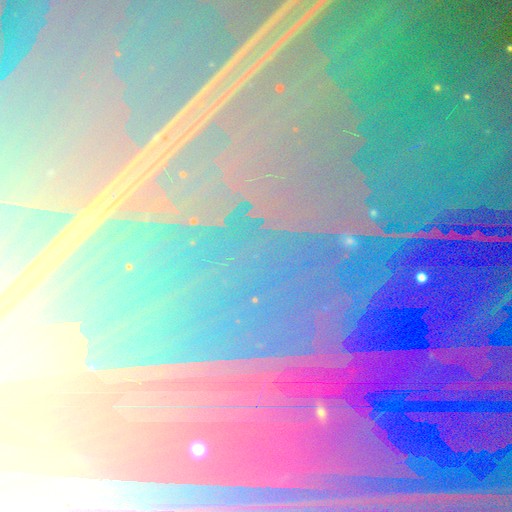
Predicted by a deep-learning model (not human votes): Smooth or featured? star or artifact (86%)